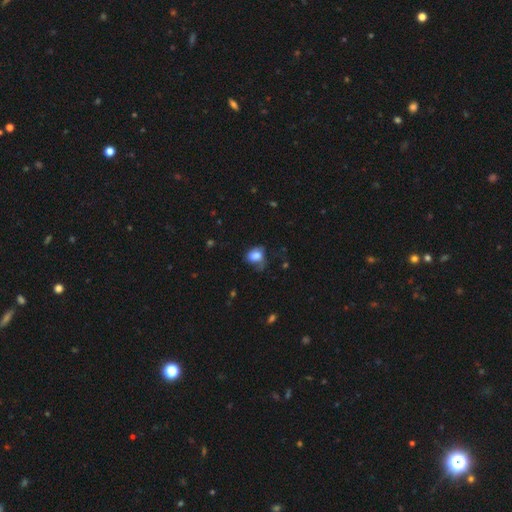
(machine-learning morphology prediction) This appears to be a smooth galaxy with no disk features (74%) that is in between round and cigar-shaped (68%). Merging: none (36%).